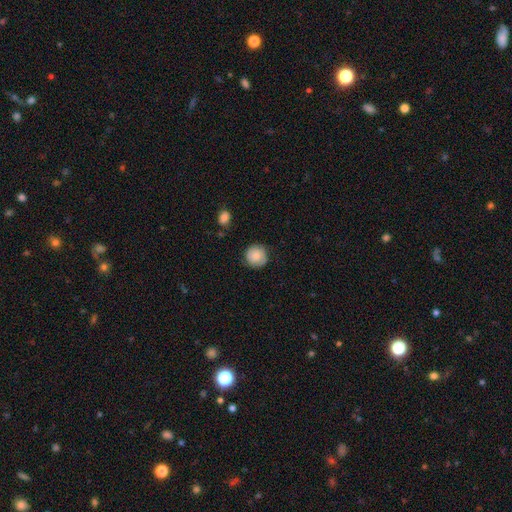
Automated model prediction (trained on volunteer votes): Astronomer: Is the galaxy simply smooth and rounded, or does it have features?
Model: smooth — 77%.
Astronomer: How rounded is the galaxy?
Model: round — 92%.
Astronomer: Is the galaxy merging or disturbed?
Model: none — 80%.